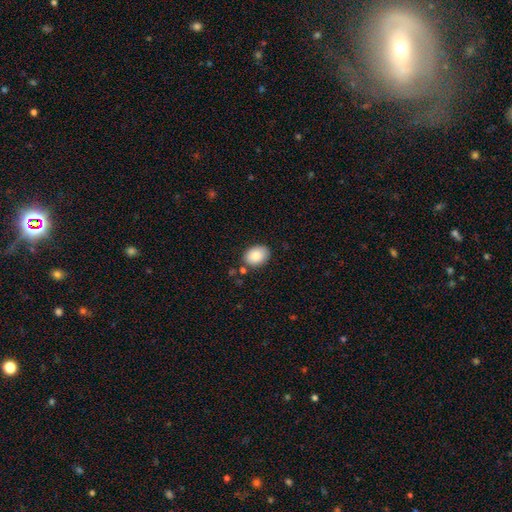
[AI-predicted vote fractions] Smooth or featured?
  - smooth: 86% *
  - star or artifact: 7%
  - featured or disk: 7%
How rounded?
  - in between: 72% *
  - round: 27%
  - cigar-shaped: 1%
Merging?
  - none: 83% *
  - minor disturbance: 11%
  - merger: 3%
  - major disturbance: 3%